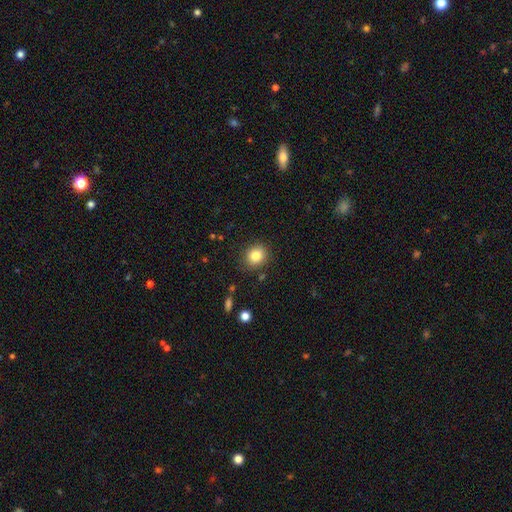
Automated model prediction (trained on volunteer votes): smooth_or_featured: smooth (p=0.83) [alt: star or artifact p=0.10]
how_rounded: round (p=0.74) [alt: in between p=0.25]
merging: none (p=0.87) [alt: minor disturbance p=0.09]